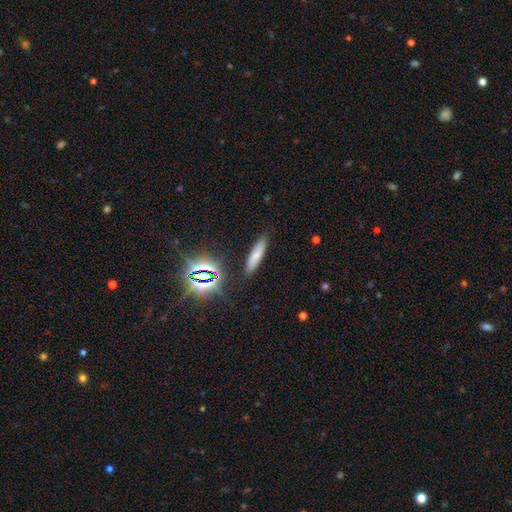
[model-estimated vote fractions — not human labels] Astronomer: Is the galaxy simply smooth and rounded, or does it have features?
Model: smooth — 68%.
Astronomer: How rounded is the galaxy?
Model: cigar-shaped — 76%.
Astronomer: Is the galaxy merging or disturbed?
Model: none — 87%.